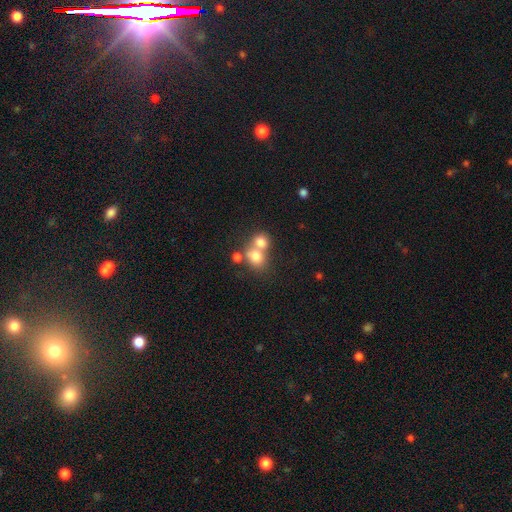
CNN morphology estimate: type=smooth (75%); roundness=round (64%); merging=merger (60%).